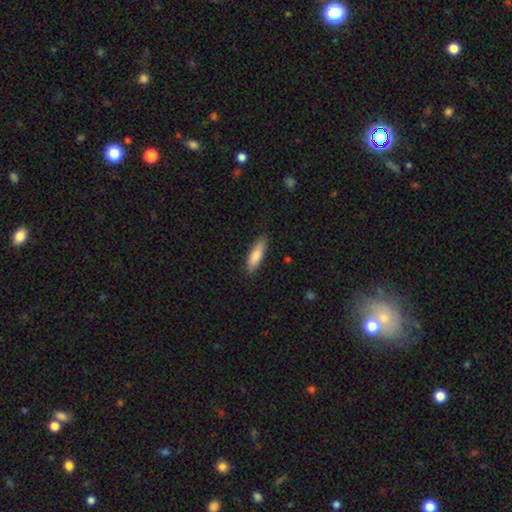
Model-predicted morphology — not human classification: smooth 80%, featured or disk 14%, star or artifact 6%. Down the decision tree: how rounded — cigar-shaped (57%); merging — none (84%).